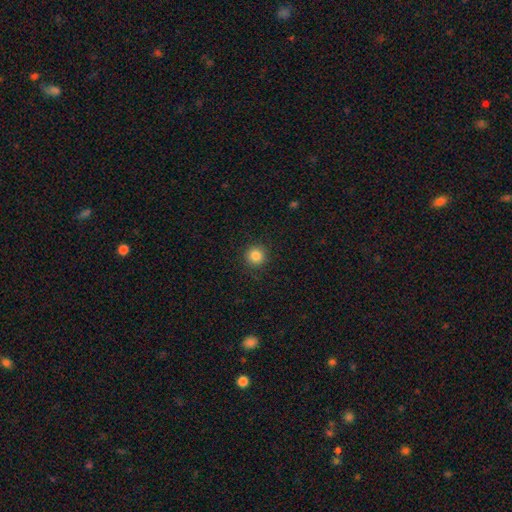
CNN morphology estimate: The model was most divided on "smooth or featured": smooth: 84%, star or artifact: 11%, featured or disk: 5%. More confident: how rounded — round (95%); merging — none (91%).